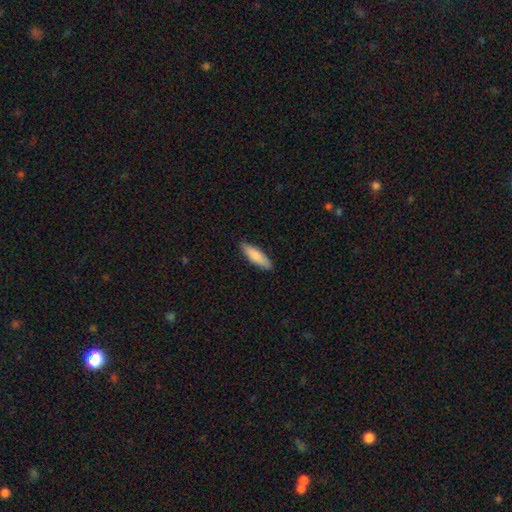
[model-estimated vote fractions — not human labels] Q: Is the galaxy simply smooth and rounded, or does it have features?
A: smooth — 84%.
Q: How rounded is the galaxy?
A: cigar-shaped — 62%.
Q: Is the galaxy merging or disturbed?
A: none — 88%.